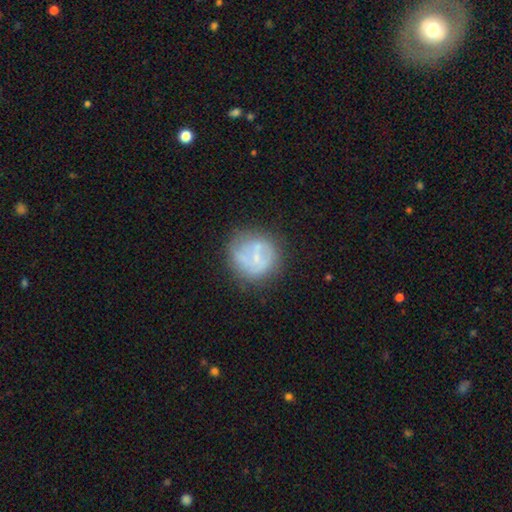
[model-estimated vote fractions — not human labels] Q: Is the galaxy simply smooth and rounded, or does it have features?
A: featured or disk — 48%.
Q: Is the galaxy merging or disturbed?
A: none — 64%.